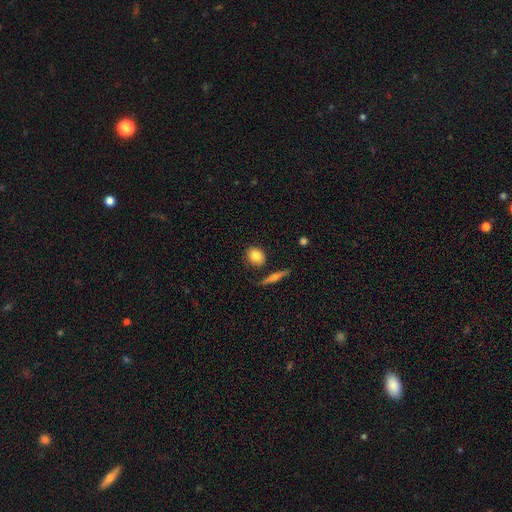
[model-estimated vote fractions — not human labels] This appears to be a smooth galaxy with no disk features (82%) that is round (62%). Merging: none (81%).